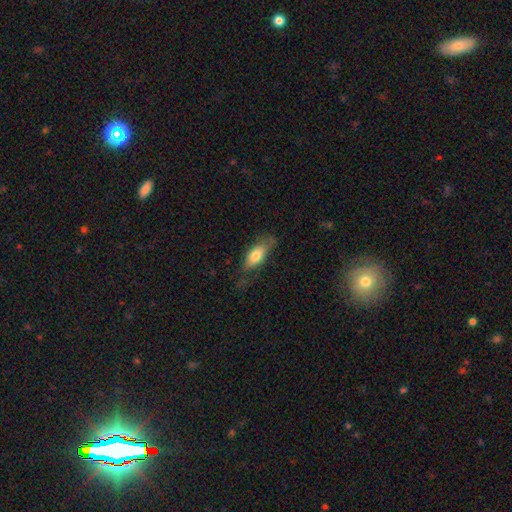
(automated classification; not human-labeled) Overall: smooth (69%). How rounded: in between (75%). Merging: none (59%; minor disturbance 28%).